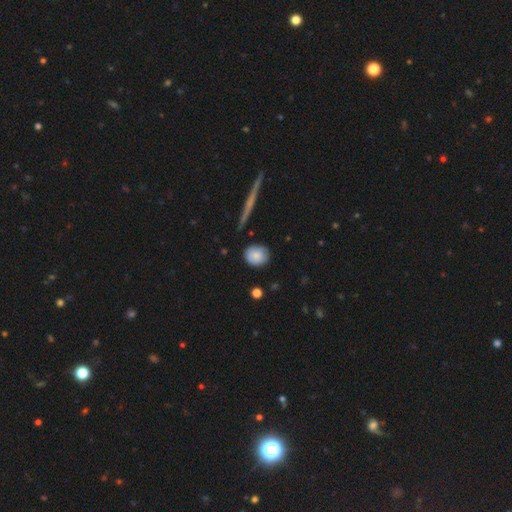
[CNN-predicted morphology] smooth_or_featured: smooth (p=0.82) [alt: featured or disk p=0.11]
how_rounded: round (p=0.75) [alt: in between p=0.23]
merging: none (p=0.81) [alt: minor disturbance p=0.15]